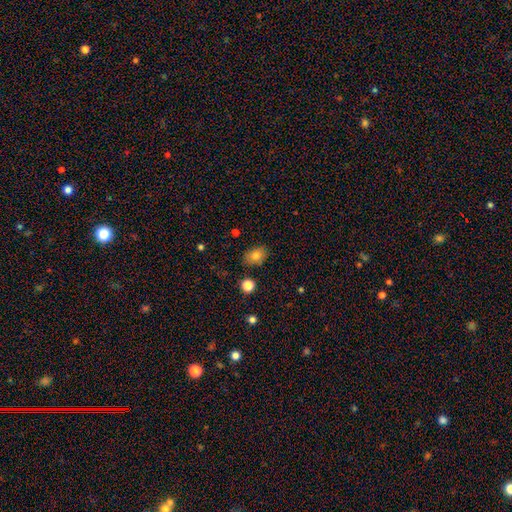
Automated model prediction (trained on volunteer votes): smooth-or-featured: smooth: 80% | featured or disk: 10% | star or artifact: 10%
  how-rounded: in between: 72% | round: 27% | cigar-shaped: 1%
  merging: none: 84% | minor disturbance: 12% | major disturbance: 2% | merger: 2%